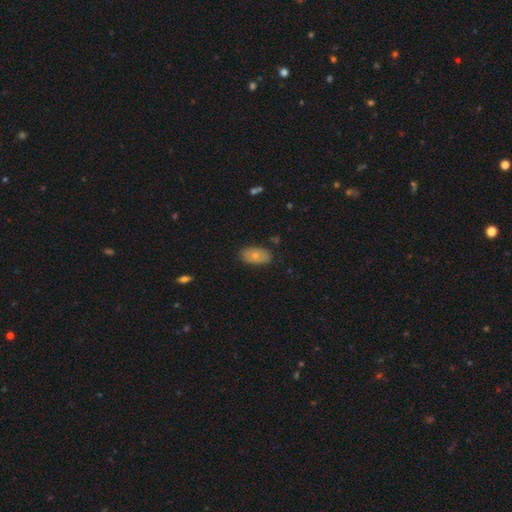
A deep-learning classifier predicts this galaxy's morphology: Smooth or featured? smooth (66%)
How rounded? in between (92%)
Merging? none (81%)